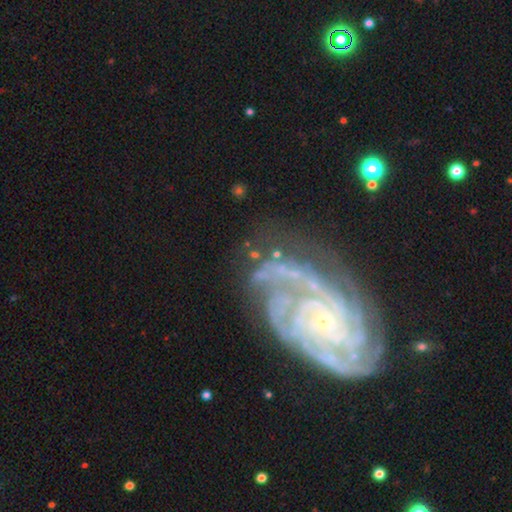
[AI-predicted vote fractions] A featured or disk galaxy (81%) with no bar (66%), tight (66%) spiral arms (92%) and a small central bulge (77%). Merging: none (51%).